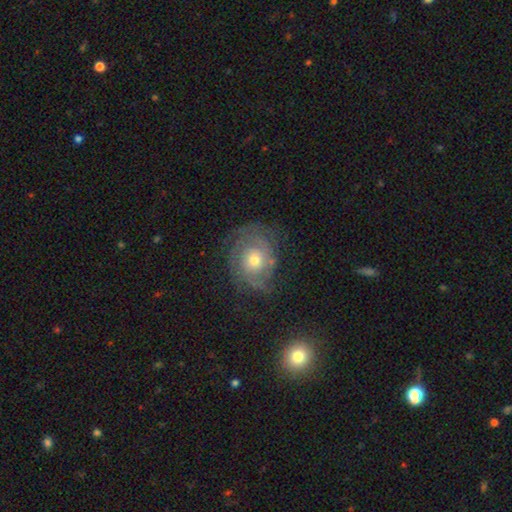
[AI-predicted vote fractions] A featured or disk galaxy (75%) with no bar (82%), can't tell (34%, tied with 2) tight (64%) spiral arms (89%) and a moderate central bulge (67%).

Vote fractions:
- Smooth or featured? featured or disk: 75% / smooth: 17% / star or artifact: 8%
- Edge-on disk? no: 97% / yes: 3%
- Bar? no: 82% / weak: 15% / strong: 3%
- Spiral arms? yes: 89% / no: 11%
- Spiral winding? tight: 64% / medium: 27% / loose: 9%
- Spiral arm count? can't tell: 34% (tied) / 2: 34% (tied) / 3: 15% / 1: 6% / 4: 5% / more than 4: 5%
- Bulge size? moderate: 67% / small: 27% / large: 5% / none: 1% / dominant: 1%
- Merging? none: 68% / minor disturbance: 19% / major disturbance: 11% / merger: 2%